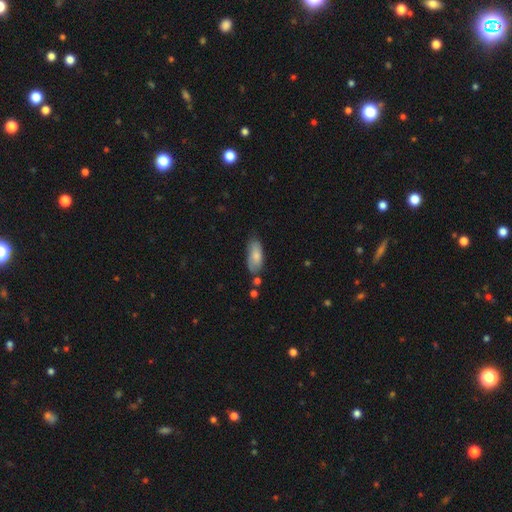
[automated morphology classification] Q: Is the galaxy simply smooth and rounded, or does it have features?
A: smooth — 79%.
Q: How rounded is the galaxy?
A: in between — 83%.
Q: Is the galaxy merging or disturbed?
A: none — 64%.